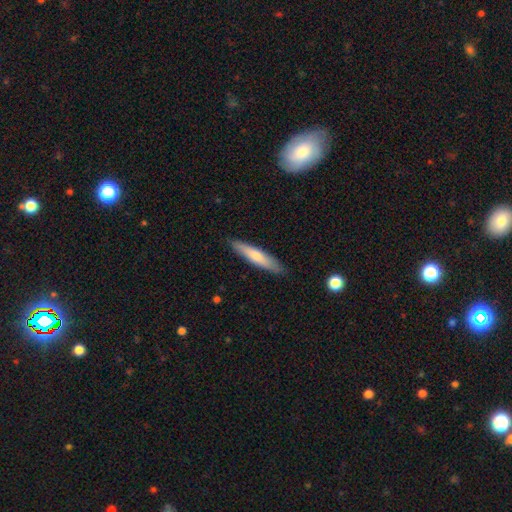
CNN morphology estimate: Q: Smooth or featured?
A: smooth (66%); runner-up: featured or disk (28%)
Q: How rounded?
A: cigar-shaped (87%); runner-up: in between (12%)
Q: Merging?
A: none (88%); runner-up: minor disturbance (9%)